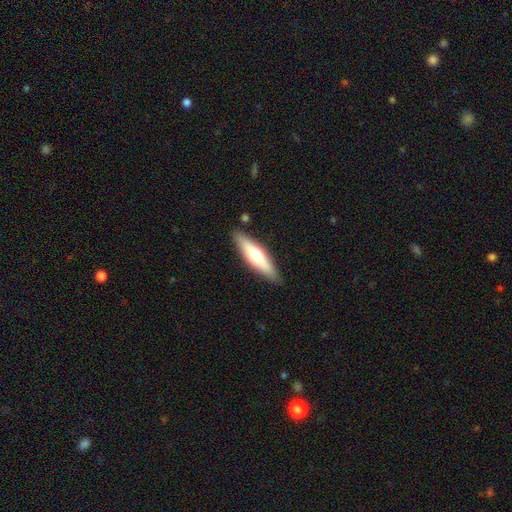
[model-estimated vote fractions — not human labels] A smooth galaxy with no disk features (52%) that is cigar-shaped (66%). Merging: none (86%).